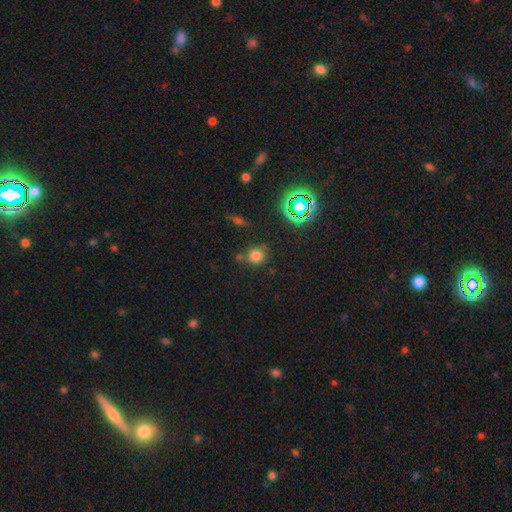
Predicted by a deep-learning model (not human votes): Morphology: type=smooth (72%); roundness=round (87%); merging=none (71%).